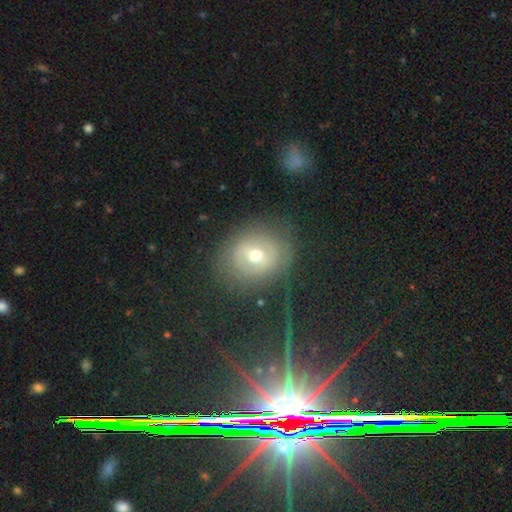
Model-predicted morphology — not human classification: smooth-or-featured: smooth: 48% | featured or disk: 35% | star or artifact: 17%
  merging: none: 78% | minor disturbance: 14% | major disturbance: 7% | merger: 2%